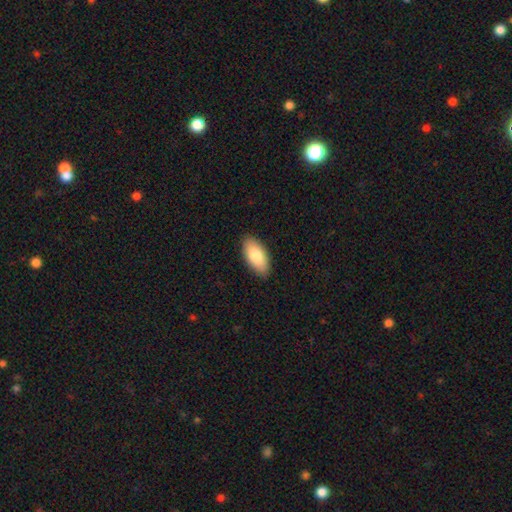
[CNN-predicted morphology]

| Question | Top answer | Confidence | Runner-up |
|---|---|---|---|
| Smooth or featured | smooth | 83% | featured or disk (12%) |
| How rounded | in between | 92% | cigar-shaped (6%) |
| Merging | none | 88% | minor disturbance (9%) |